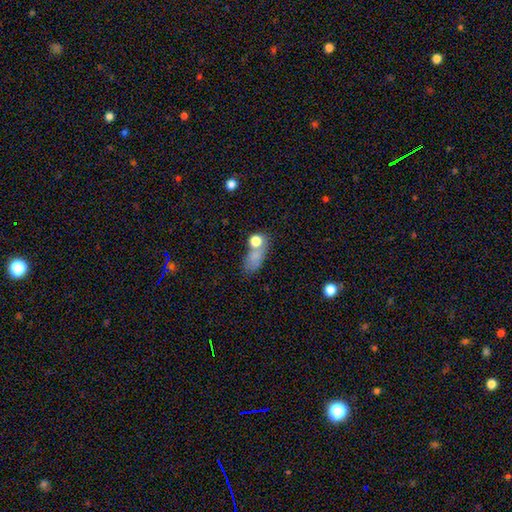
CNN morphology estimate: A smooth galaxy with no disk features (68%) that is in between round and cigar-shaped (64%). Merging: none (41%).